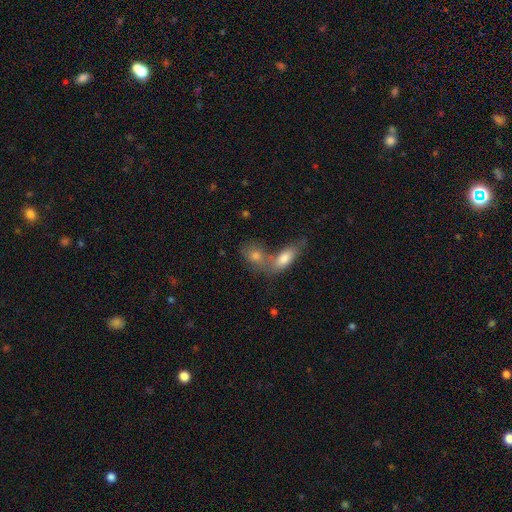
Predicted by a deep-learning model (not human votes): The model was most divided on "merging": merger: 56%, none: 32%, minor disturbance: 9%, major disturbance: 4%. More confident: how rounded — in between (74%); smooth or featured — smooth (73%).